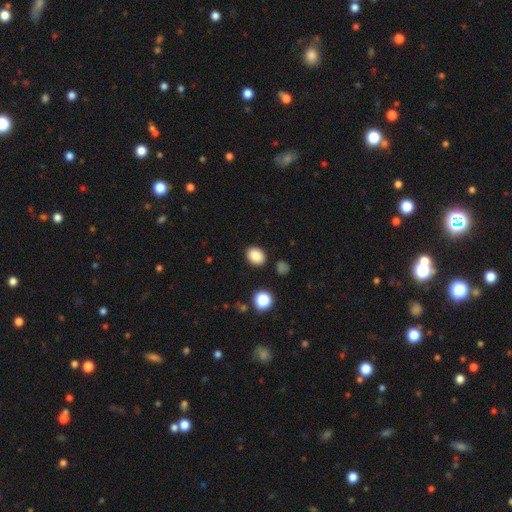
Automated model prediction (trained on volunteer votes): This appears to be a smooth galaxy with no disk features (86%) that is in between round and cigar-shaped (59%). Merging: none (87%).